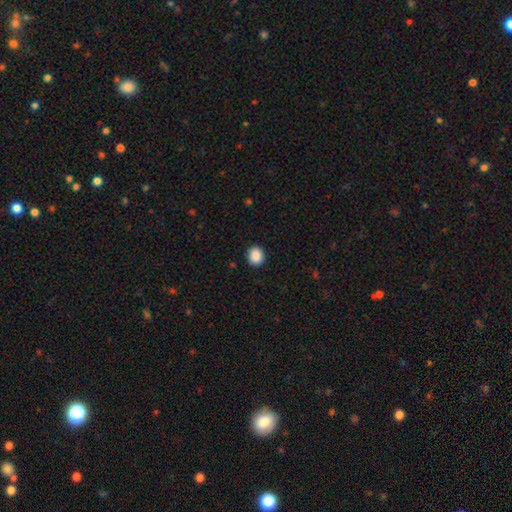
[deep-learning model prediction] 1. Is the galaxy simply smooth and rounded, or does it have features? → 89% smooth, 9% star or artifact, 2% featured or disk.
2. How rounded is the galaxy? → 74% round, 25% in between, 1% cigar-shaped.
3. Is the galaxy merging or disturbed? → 91% none, 6% minor disturbance, 2% major disturbance, 1% merger.